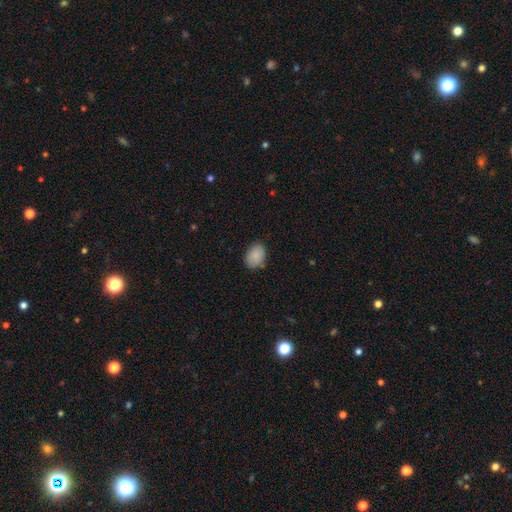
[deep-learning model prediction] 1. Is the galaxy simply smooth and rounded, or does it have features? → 87% smooth, 7% star or artifact, 5% featured or disk.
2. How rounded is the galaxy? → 77% in between, 22% round, 1% cigar-shaped.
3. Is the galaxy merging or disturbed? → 78% none, 17% minor disturbance, 3% major disturbance, 2% merger.